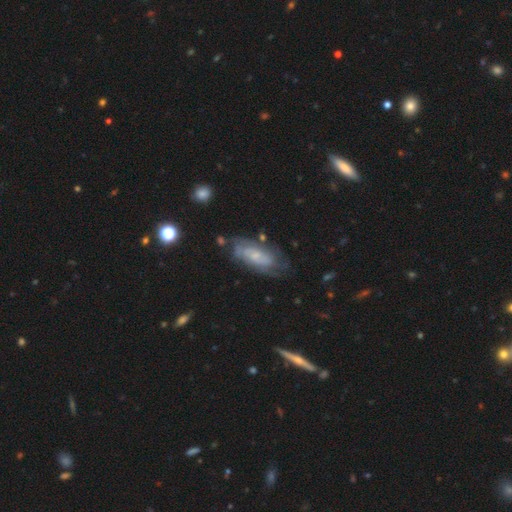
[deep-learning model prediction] Morphology: type=featured or disk (66%); edge-on=no (89%); bar=no (66%); spiral arms=yes (82%); bulge=small (62%); merging=none (65%).